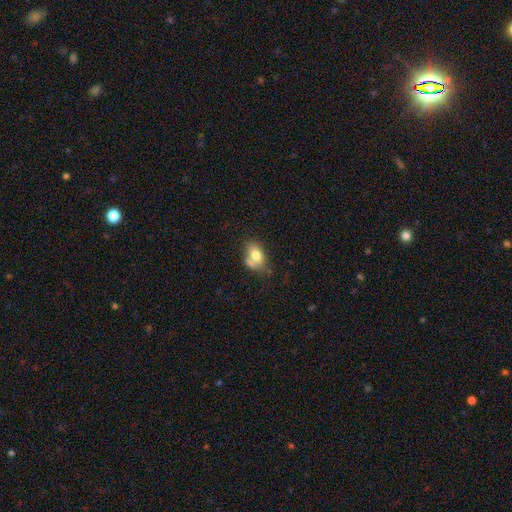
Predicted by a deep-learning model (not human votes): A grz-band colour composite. It shows a smooth galaxy with no disk features (74%) that is in between round and cigar-shaped (81%). Merging: none (42%).